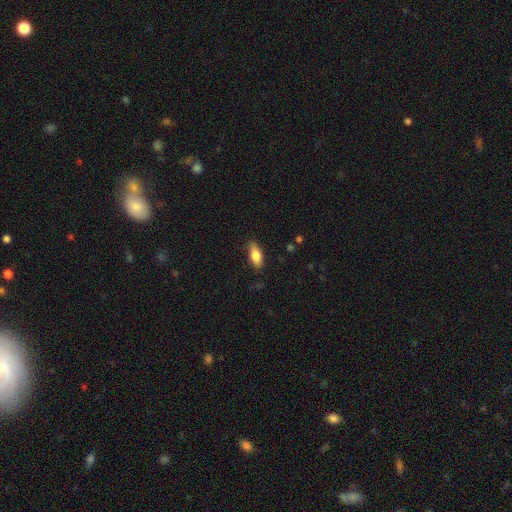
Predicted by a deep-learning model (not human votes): A smooth galaxy with no disk features (77%) that is in between round and cigar-shaped (76%).

Vote fractions:
- Smooth or featured? smooth: 77% / featured or disk: 16% / star or artifact: 7%
- How rounded? in between: 76% / cigar-shaped: 21% / round: 3%
- Merging? none: 81% / minor disturbance: 15% / major disturbance: 3% / merger: 1%